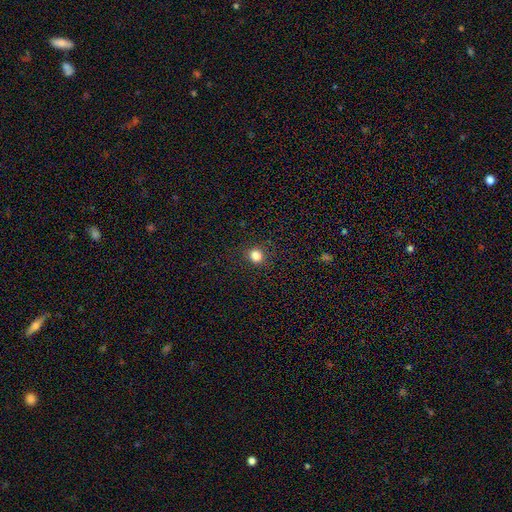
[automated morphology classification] A smooth galaxy with no disk features (83%) that is round (81%). Merging: none (88%).